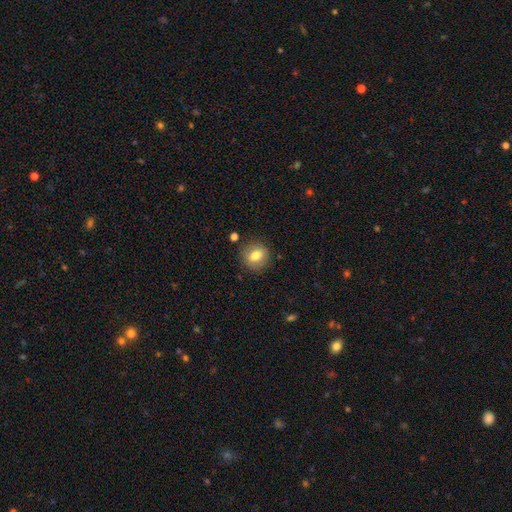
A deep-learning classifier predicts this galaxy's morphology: Smooth or featured? smooth (75%)
How rounded? round (77%)
Merging? none (85%)